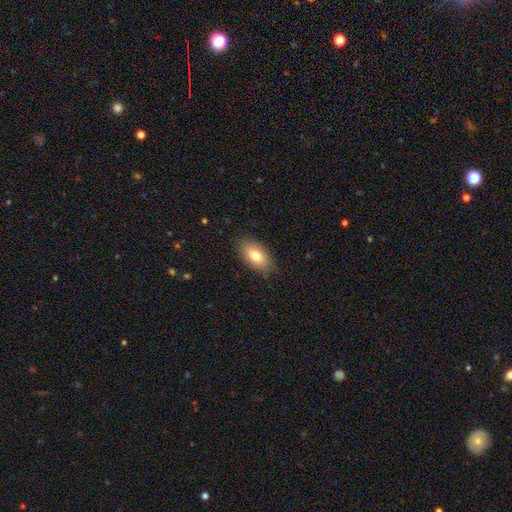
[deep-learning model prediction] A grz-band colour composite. It shows a smooth galaxy with no disk features (78%) that is in between round and cigar-shaped (92%). Merging: none (84%).